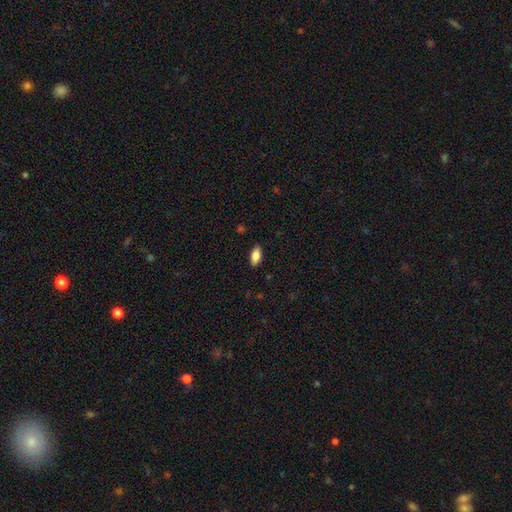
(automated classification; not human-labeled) This appears to be a smooth galaxy with no disk features (83%) that is in between round and cigar-shaped (89%). Merging: none (87%).